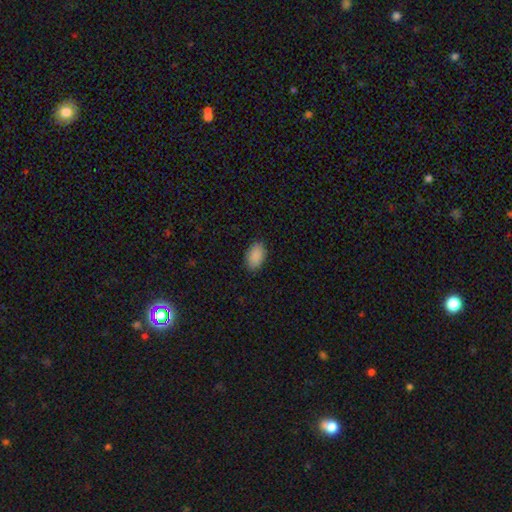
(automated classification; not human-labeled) Smooth or featured?
  - smooth: 90% *
  - star or artifact: 7%
  - featured or disk: 3%
How rounded?
  - in between: 92% *
  - round: 7%
  - cigar-shaped: 1%
Merging?
  - none: 88% *
  - minor disturbance: 9%
  - major disturbance: 2%
  - merger: 1%